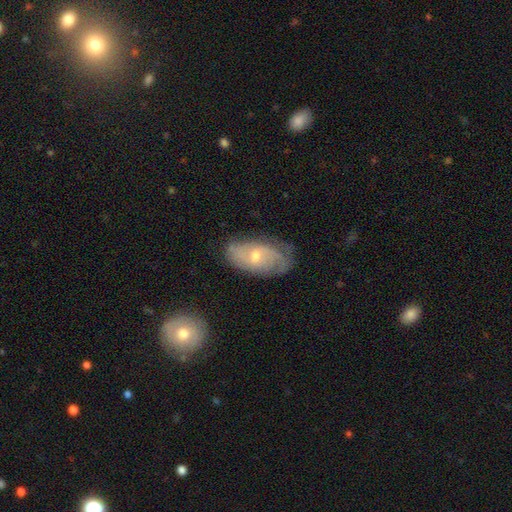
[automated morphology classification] Smooth or featured? featured or disk (64%)
Edge-on disk? no (92%)
Bar? no (59%)
Spiral arms? yes (81%)
Bulge size? small (53%)
Merging? none (66%)